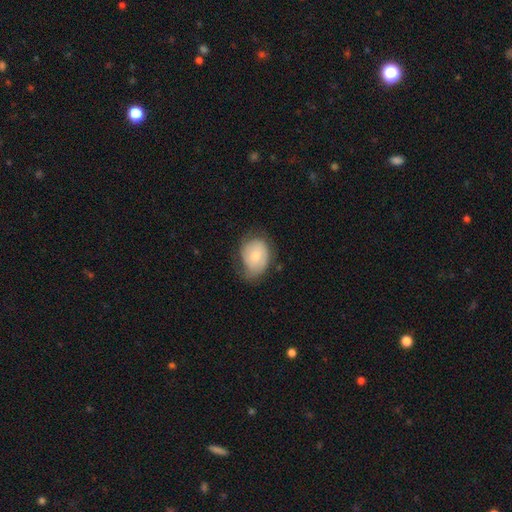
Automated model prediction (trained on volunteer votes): smooth-or-featured: smooth: 59% | featured or disk: 34% | star or artifact: 7%
  how-rounded: in between: 56% | round: 43% | cigar-shaped: 1%
  merging: none: 46% | minor disturbance: 36% | major disturbance: 16% | merger: 2%